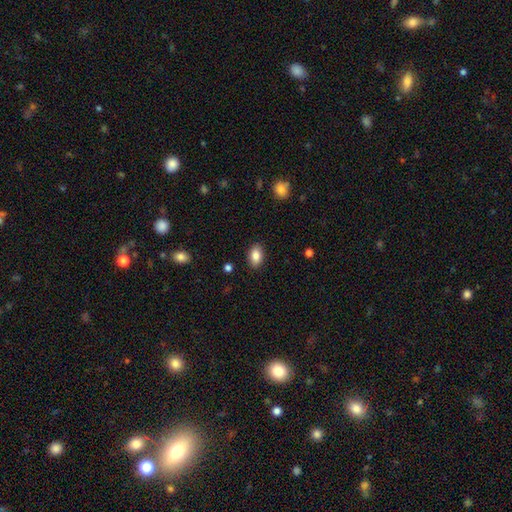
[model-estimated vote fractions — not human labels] Smooth or featured? Predicted: smooth (p=0.85). How rounded? Predicted: in between (p=0.89). Merging? Predicted: none (p=0.88).